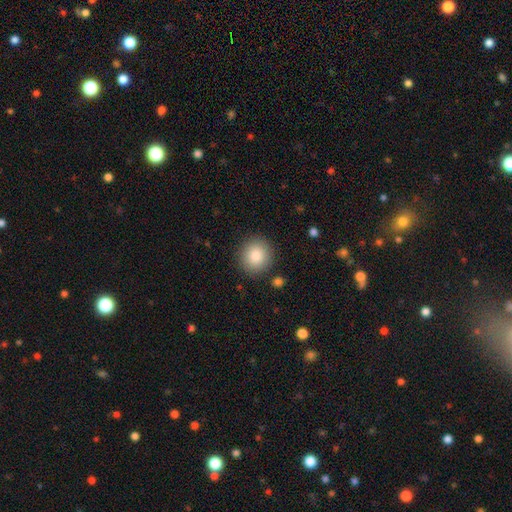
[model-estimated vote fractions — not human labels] Smooth or featured: smooth — 86% (star or artifact — 8%)
How rounded: round — 87% (in between — 12%)
Merging: none — 88% (minor disturbance — 7%)